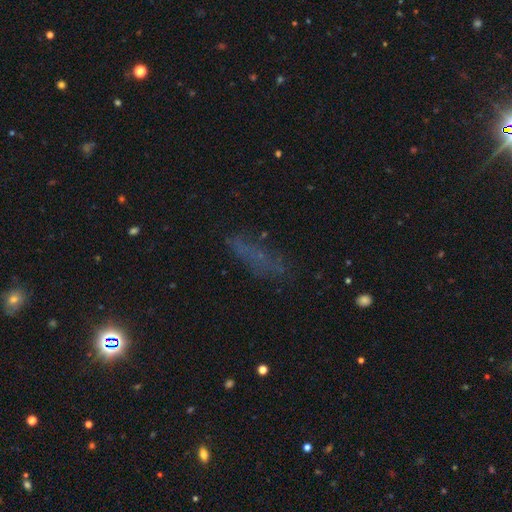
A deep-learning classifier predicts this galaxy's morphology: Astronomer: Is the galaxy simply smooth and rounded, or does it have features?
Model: smooth — 46% (runner-up: star or artifact, 30%).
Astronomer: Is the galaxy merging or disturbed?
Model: none — 68%.